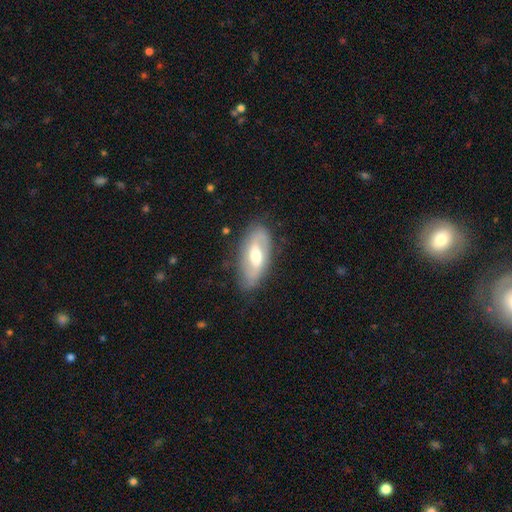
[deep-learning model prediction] This appears to be a featured or disk galaxy (65%) with a weak bar (48%), spiral arms (80%) and a moderate central bulge (68%). Merging: none (78%).